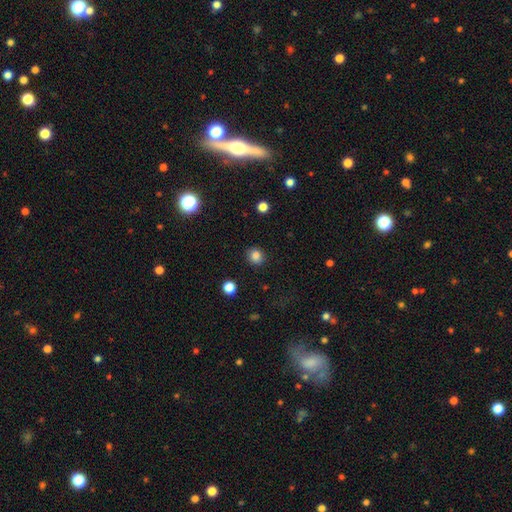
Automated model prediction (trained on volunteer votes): This is clearly a smooth galaxy (84%). How rounded: clearly round (87%). Merging: clearly none (90%).